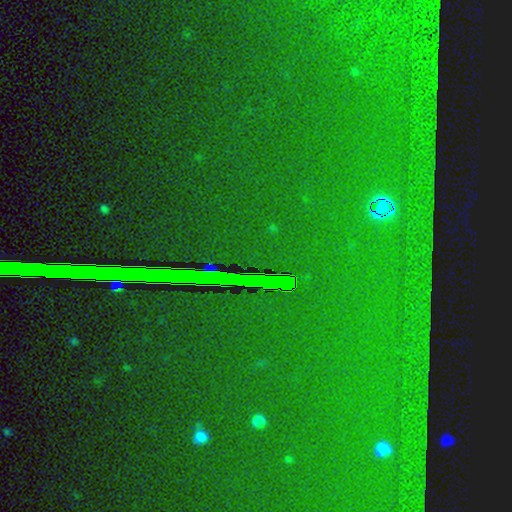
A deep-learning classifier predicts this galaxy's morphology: Smooth or featured: star or artifact — 85% (featured or disk — 8%)